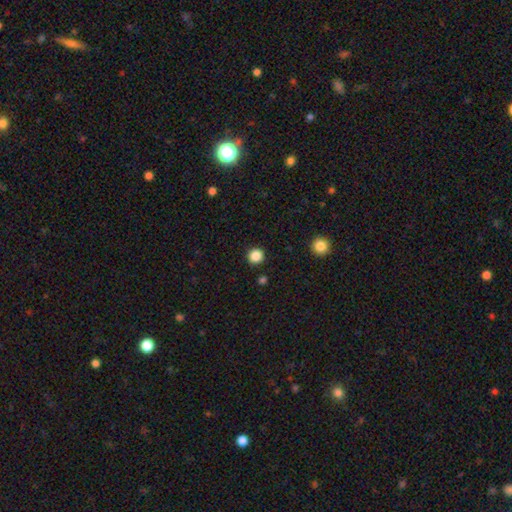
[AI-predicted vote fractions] Smooth or featured? smooth (86%)
How rounded? round (94%)
Merging? none (92%)